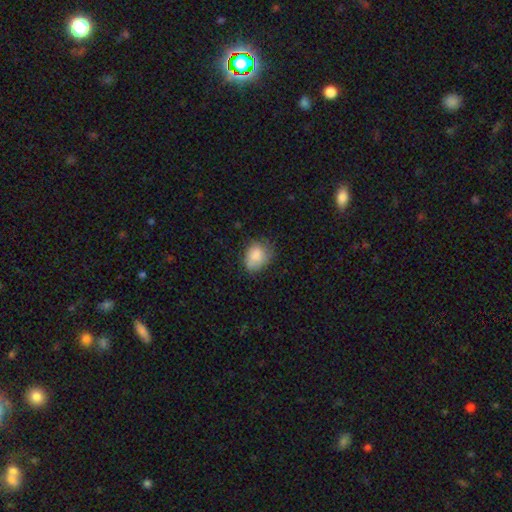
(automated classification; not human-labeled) Q: Smooth or featured?
A: smooth (83%); runner-up: featured or disk (9%)
Q: How rounded?
A: in between (61%); runner-up: round (38%)
Q: Merging?
A: none (61%); runner-up: minor disturbance (30%)